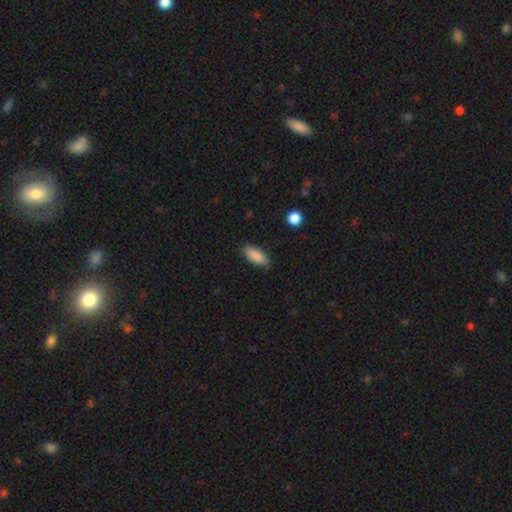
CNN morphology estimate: smooth_or_featured: smooth (p=0.89) [alt: star or artifact p=0.06]
how_rounded: in between (p=0.80) [alt: cigar-shaped p=0.18]
merging: none (p=0.86) [alt: minor disturbance p=0.11]